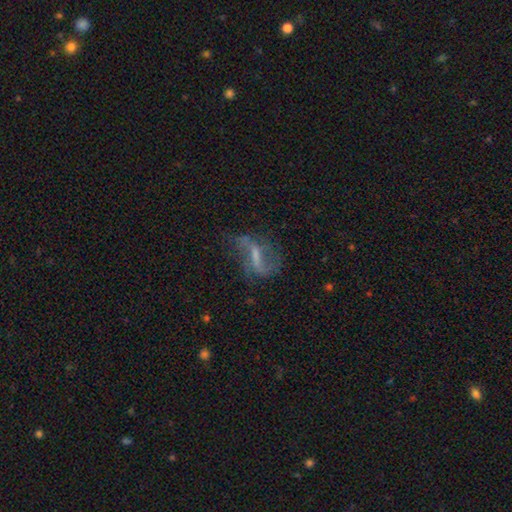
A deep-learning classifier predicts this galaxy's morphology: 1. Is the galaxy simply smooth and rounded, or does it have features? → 70% featured or disk, 18% smooth, 12% star or artifact.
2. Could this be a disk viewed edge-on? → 91% no, 9% yes.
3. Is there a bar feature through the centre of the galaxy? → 41% strong, 40% weak, 20% no.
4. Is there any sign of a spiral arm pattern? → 77% yes, 23% no.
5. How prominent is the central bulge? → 38% small, 37% none, 21% moderate, 3% large, 1% dominant.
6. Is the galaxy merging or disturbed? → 50% none, 24% major disturbance, 22% minor disturbance, 4% merger.